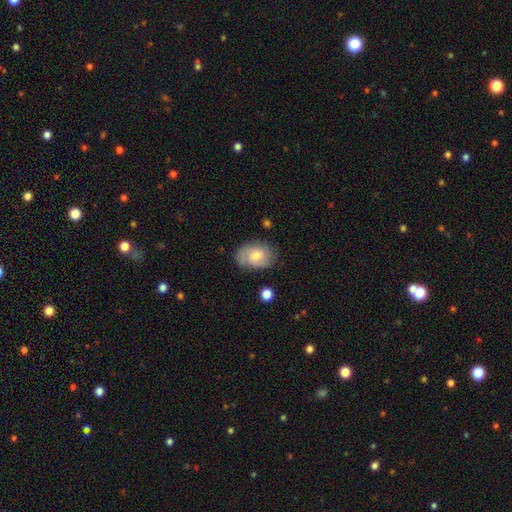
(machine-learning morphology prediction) The model was most divided on "smooth or featured": featured or disk: 49%, smooth: 43%, star or artifact: 8%. More confident: merging — none (72%).